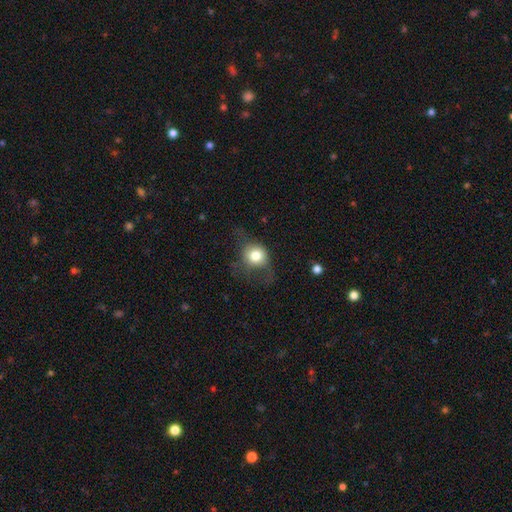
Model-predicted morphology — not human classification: Overall: smooth (72%). How rounded: round (76%). Merging: none (44%; major disturbance 29%).